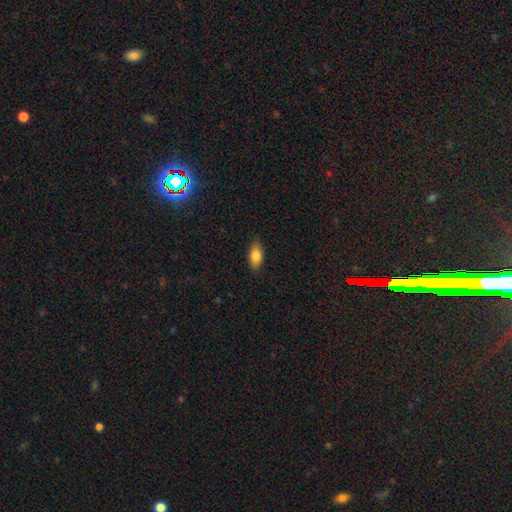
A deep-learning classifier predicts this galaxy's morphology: type=smooth (82%); roundness=in between (88%); merging=none (84%).